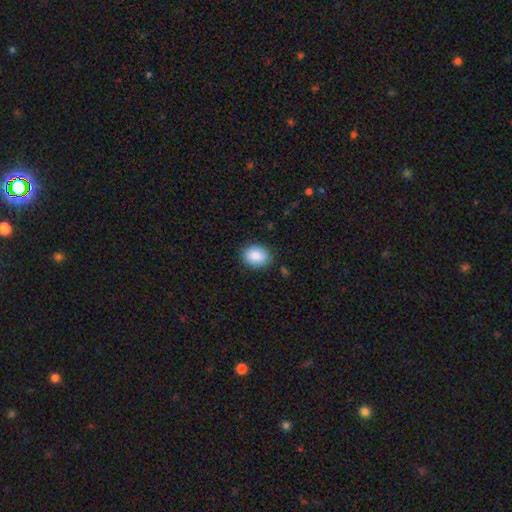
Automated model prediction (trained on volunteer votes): The model was most divided on "how rounded": in between: 61%, round: 38%, cigar-shaped: 1%. More confident: smooth or featured — smooth (88%); merging — none (85%).